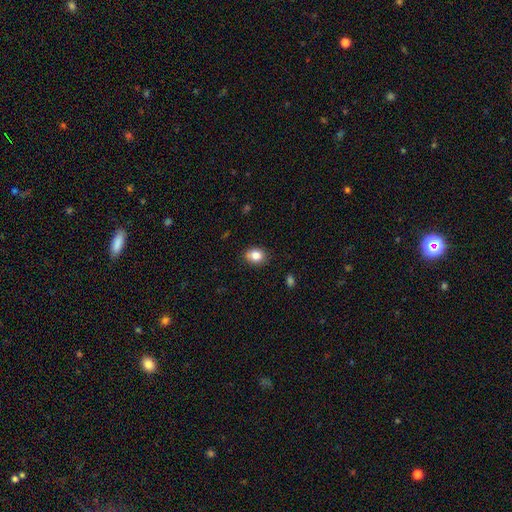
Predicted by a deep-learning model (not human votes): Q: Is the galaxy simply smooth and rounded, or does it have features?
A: smooth — 84%.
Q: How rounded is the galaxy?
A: in between — 54%.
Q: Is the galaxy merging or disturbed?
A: none — 85%.